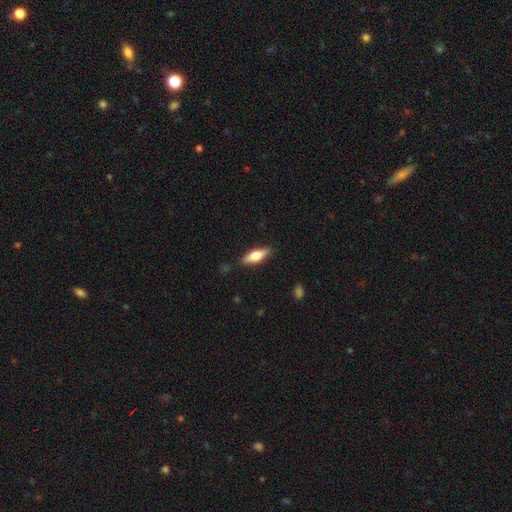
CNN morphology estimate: This appears to be a smooth galaxy with no disk features (55%) that is in between round and cigar-shaped (54%). Merging: none (86%).